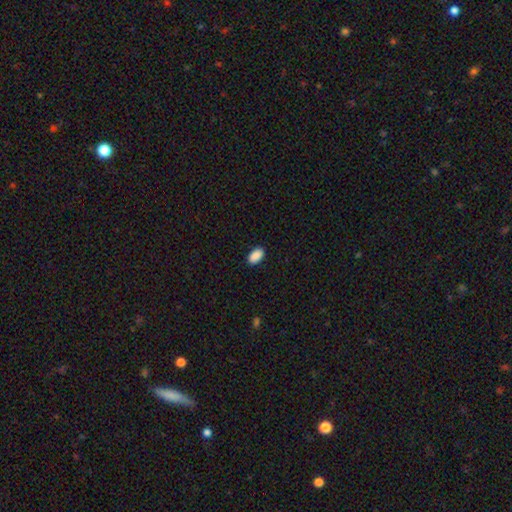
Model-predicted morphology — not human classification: smooth_or_featured: smooth (p=0.90) [alt: star or artifact p=0.07]
how_rounded: in between (p=0.94) [alt: round p=0.04]
merging: none (p=0.89) [alt: minor disturbance p=0.08]